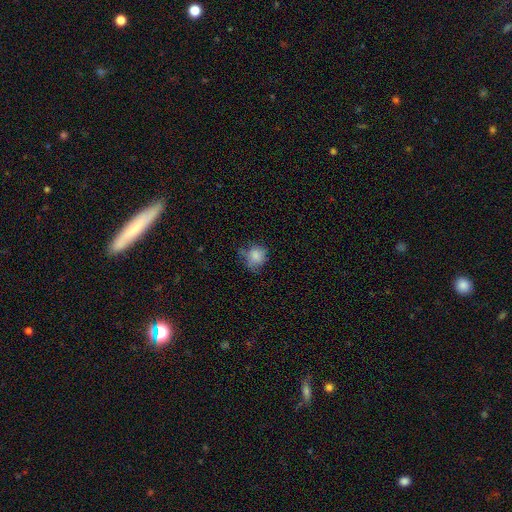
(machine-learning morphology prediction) Q: Smooth or featured?
A: smooth (84%); runner-up: star or artifact (9%)
Q: How rounded?
A: round (78%); runner-up: in between (21%)
Q: Merging?
A: none (59%); runner-up: minor disturbance (30%)